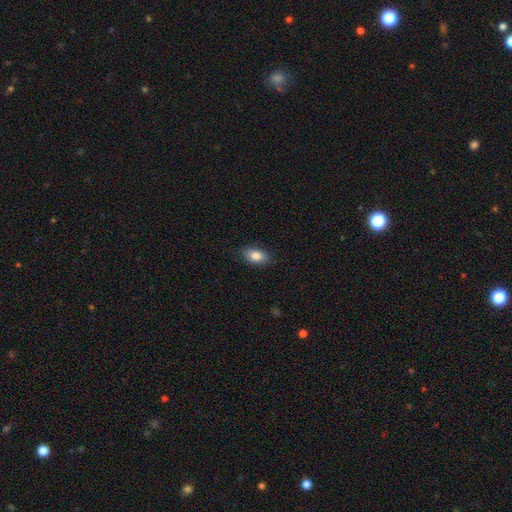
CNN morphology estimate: A smooth galaxy with no disk features (84%) that is in between round and cigar-shaped (89%).

Vote fractions:
- Smooth or featured? smooth: 84% / featured or disk: 8% / star or artifact: 8%
- How rounded? in between: 89% / round: 8% / cigar-shaped: 2%
- Merging? none: 86% / minor disturbance: 10% / major disturbance: 2% / merger: 1%